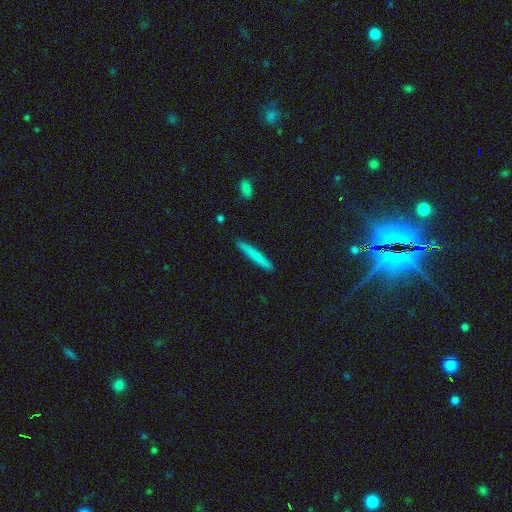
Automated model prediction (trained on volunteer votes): This appears to be a smooth galaxy with no disk features (73%) that is cigar-shaped (96%). Merging: none (88%).